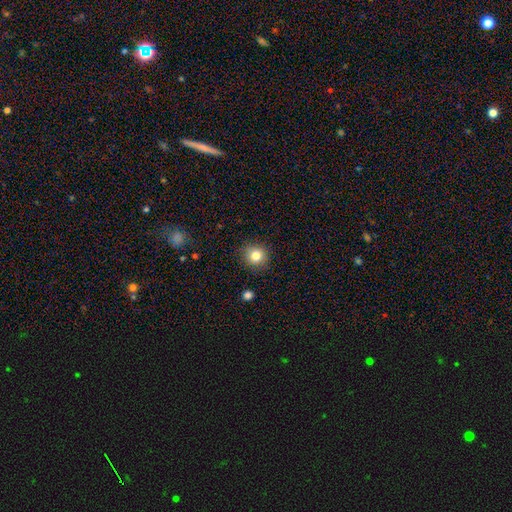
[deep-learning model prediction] smooth 82%, star or artifact 11%, featured or disk 7%. Down the decision tree: how rounded — round (91%); merging — none (89%).